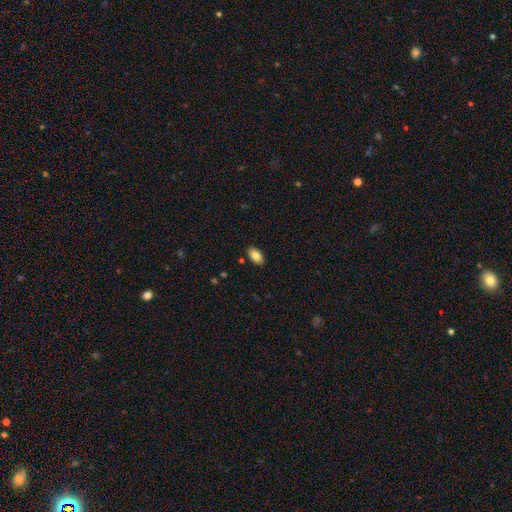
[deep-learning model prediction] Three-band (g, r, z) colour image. It shows a smooth galaxy with no disk features (84%) that is in between round and cigar-shaped (94%). Merging: none (88%).